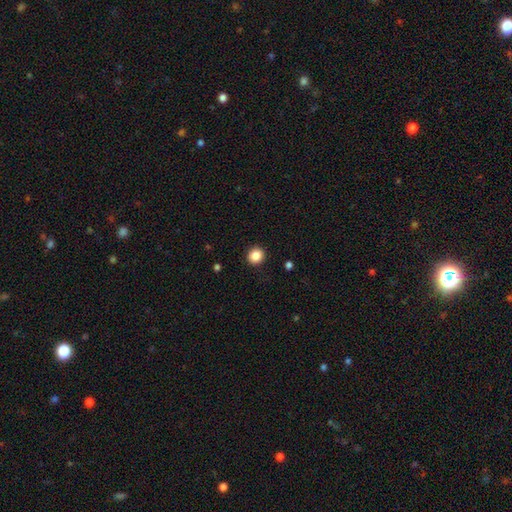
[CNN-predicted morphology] This appears to be a smooth galaxy with no disk features (86%) that is round (88%). Merging: none (91%).